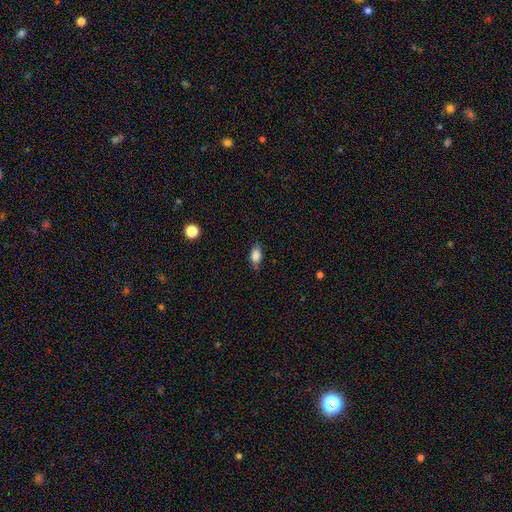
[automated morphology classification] This is clearly a smooth galaxy (82%). How rounded: clearly in between (87%). Merging: likely none (72%).